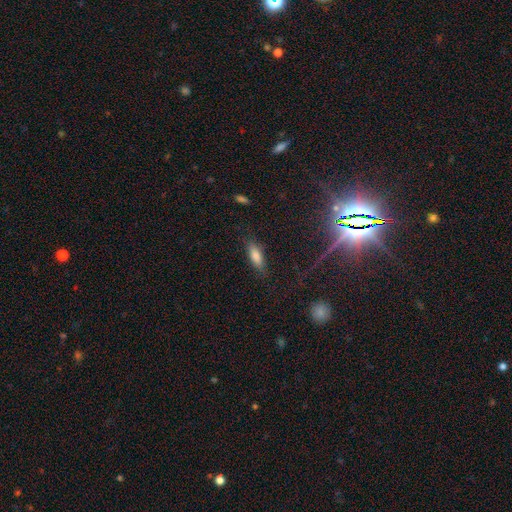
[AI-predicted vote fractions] Morphology: type=smooth (78%); roundness=in between (59%); merging=none (81%).